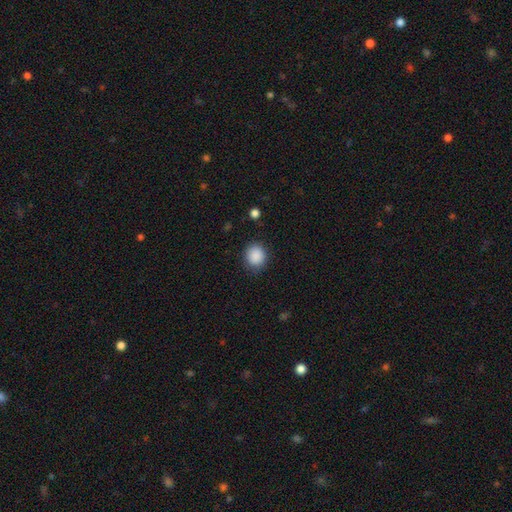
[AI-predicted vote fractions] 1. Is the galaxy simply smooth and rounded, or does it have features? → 89% smooth, 8% star or artifact, 3% featured or disk.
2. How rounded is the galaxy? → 77% round, 22% in between, 1% cigar-shaped.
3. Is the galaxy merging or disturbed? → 85% none, 10% minor disturbance, 3% major disturbance, 1% merger.